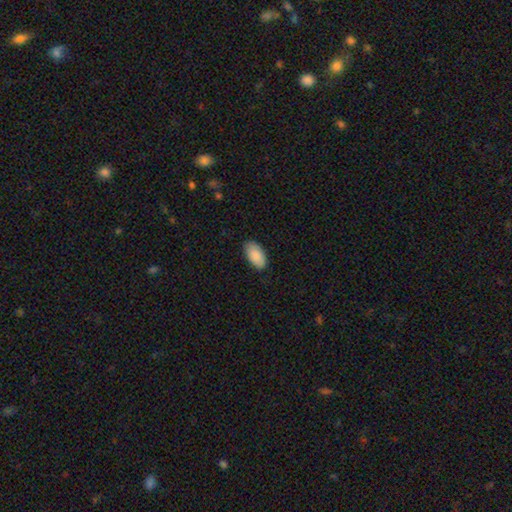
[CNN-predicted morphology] type=smooth (89%); roundness=in between (95%); merging=none (85%).